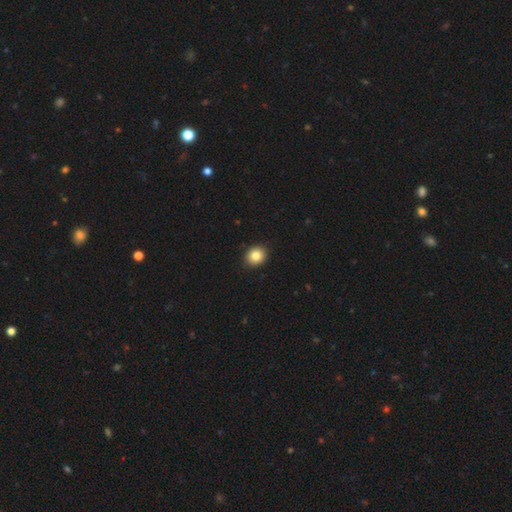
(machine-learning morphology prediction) A smooth galaxy with no disk features (84%) that is round (66%). Merging: none (90%).